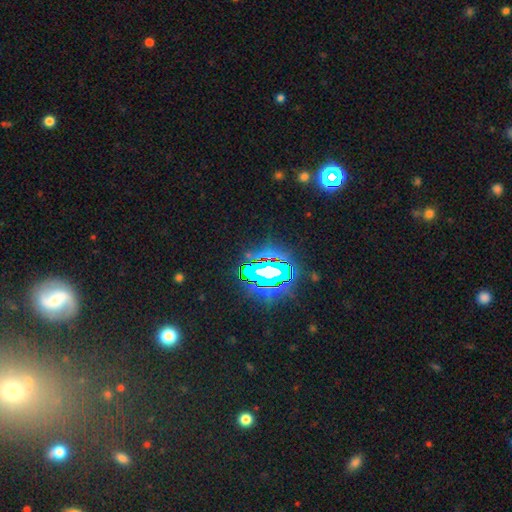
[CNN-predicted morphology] Smooth or featured?
  - star or artifact: 78% *
  - smooth: 13%
  - featured or disk: 9%